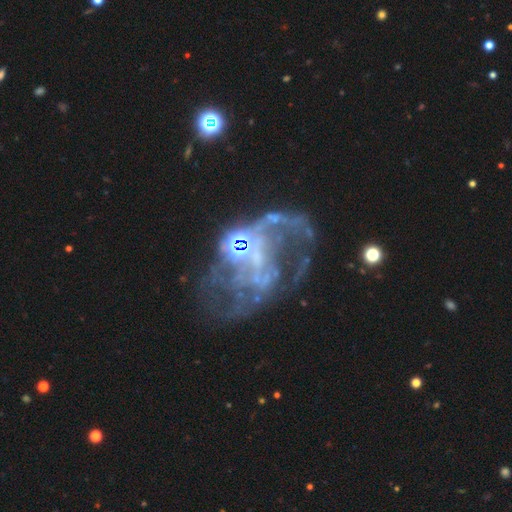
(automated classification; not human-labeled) Smooth or featured: featured or disk — 74% (star or artifact — 16%)
Edge-on disk: no — 98% (yes — 2%)
Bar: no — 71% (weak — 21%)
Spiral arms: no — 53% (yes — 47%)
Bulge size: none — 56% (small — 25%)
Merging: major disturbance — 41% (none — 34%)